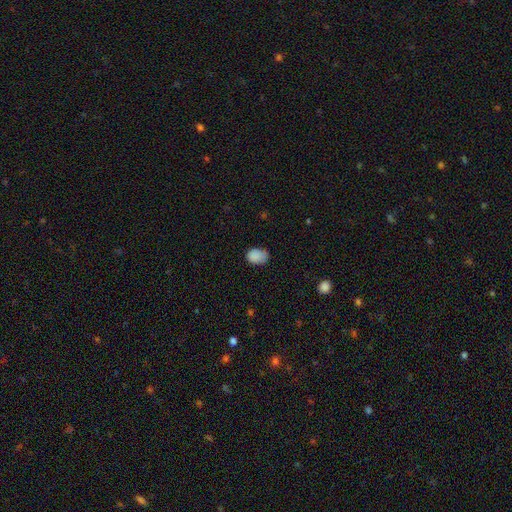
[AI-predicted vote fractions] The model was most divided on "merging": none: 63%, minor disturbance: 29%, major disturbance: 6%, merger: 2%. More confident: smooth or featured — smooth (87%); how rounded — in between (79%).